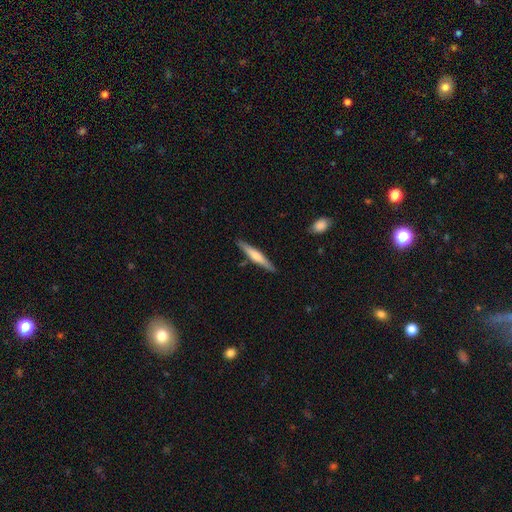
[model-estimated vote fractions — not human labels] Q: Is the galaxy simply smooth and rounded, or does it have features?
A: smooth — 49%.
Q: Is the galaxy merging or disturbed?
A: none — 88%.